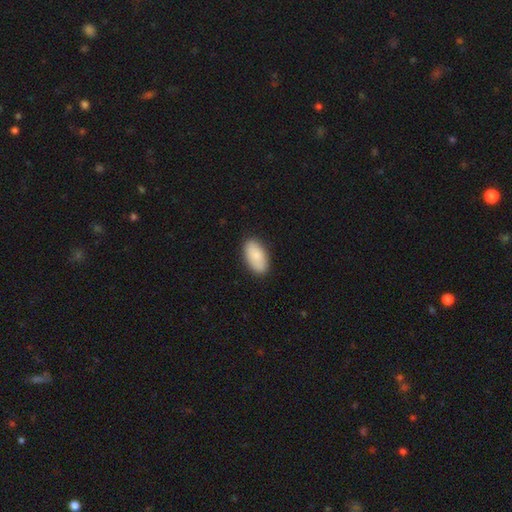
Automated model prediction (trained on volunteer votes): smooth_or_featured: smooth (p=0.84) [alt: featured or disk p=0.10]
how_rounded: in between (p=0.94) [alt: round p=0.03]
merging: none (p=0.86) [alt: minor disturbance p=0.10]